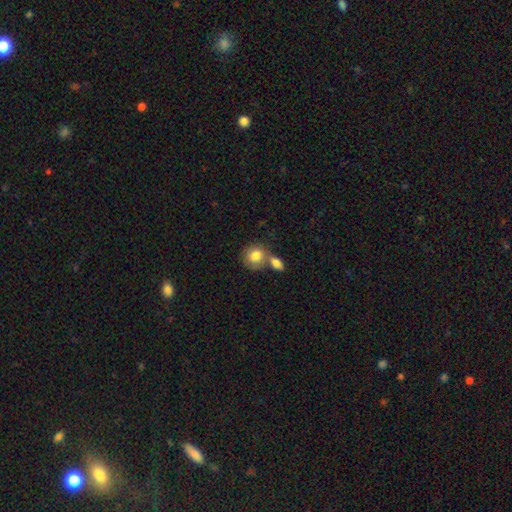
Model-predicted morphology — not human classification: Smooth or featured: smooth — 82% (featured or disk — 11%)
How rounded: round — 76% (in between — 23%)
Merging: merger — 43% (tied with none — 43%)